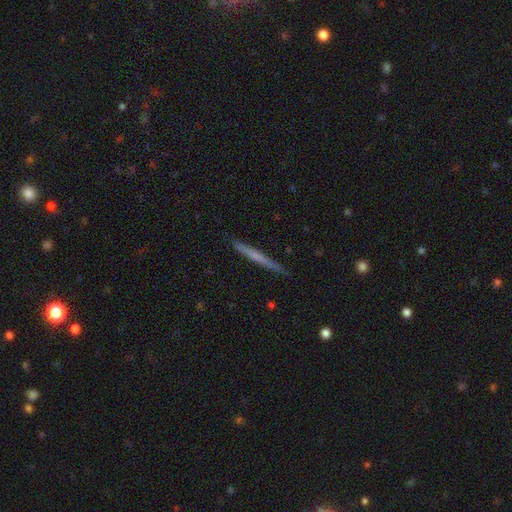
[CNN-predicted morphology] Smooth or featured? Predicted: smooth (p=0.49). Merging? Predicted: none (p=0.89).